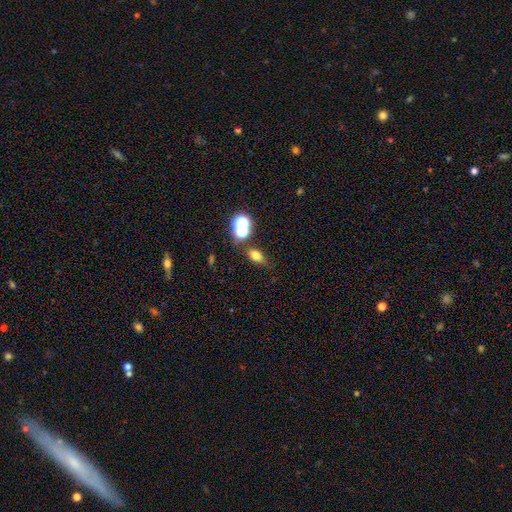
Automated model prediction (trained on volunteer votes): A smooth galaxy with no disk features (69%) that is in between round and cigar-shaped (74%).

Vote fractions:
- Smooth or featured? smooth: 69% / star or artifact: 19% / featured or disk: 12%
- How rounded? in between: 74% / round: 20% / cigar-shaped: 5%
- Merging? none: 68% / minor disturbance: 14% / merger: 13% / major disturbance: 5%